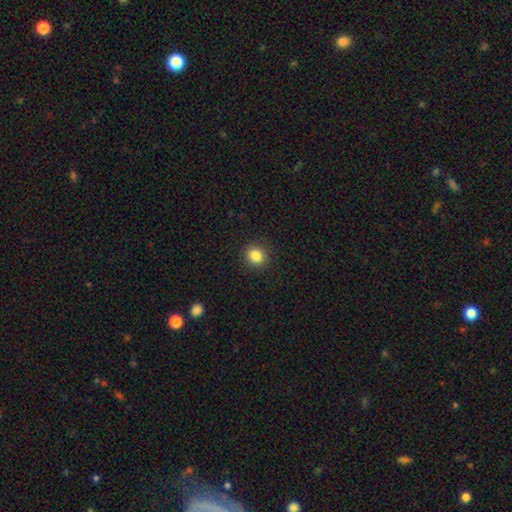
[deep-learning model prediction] The model was most divided on "how rounded": round: 82%, in between: 17%, cigar-shaped: 1%. More confident: merging — none (91%); smooth or featured — smooth (85%).